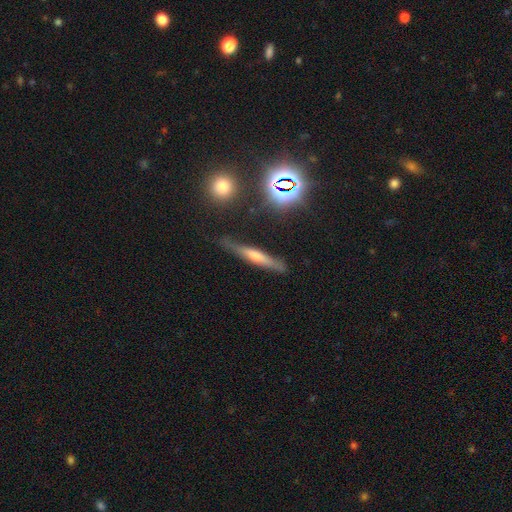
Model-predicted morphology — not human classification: Smooth or featured?
  - featured or disk: 49% *
  - smooth: 37%
  - star or artifact: 14%
Merging?
  - none: 80% *
  - minor disturbance: 14%
  - major disturbance: 3%
  - merger: 2%